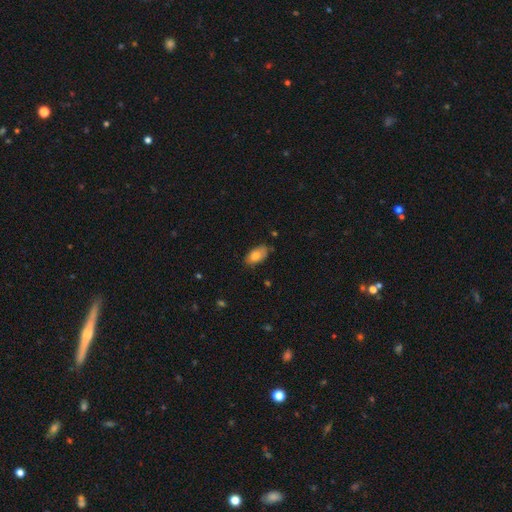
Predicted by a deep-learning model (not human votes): Smooth or featured: smooth — 76% (featured or disk — 17%)
How rounded: in between — 93% (round — 4%)
Merging: none — 72% (minor disturbance — 23%)